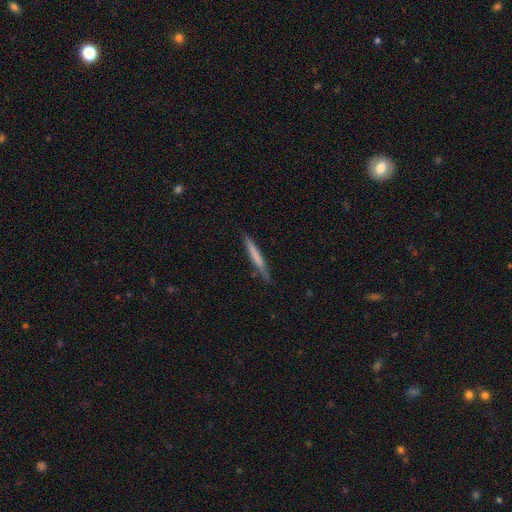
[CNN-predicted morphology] A smooth galaxy with no disk features (64%) that is cigar-shaped (96%).

Vote fractions:
- Smooth or featured? smooth: 64% / featured or disk: 30% / star or artifact: 6%
- How rounded? cigar-shaped: 96% / in between: 3% / round: 1%
- Merging? none: 83% / minor disturbance: 13% / major disturbance: 2% / merger: 2%